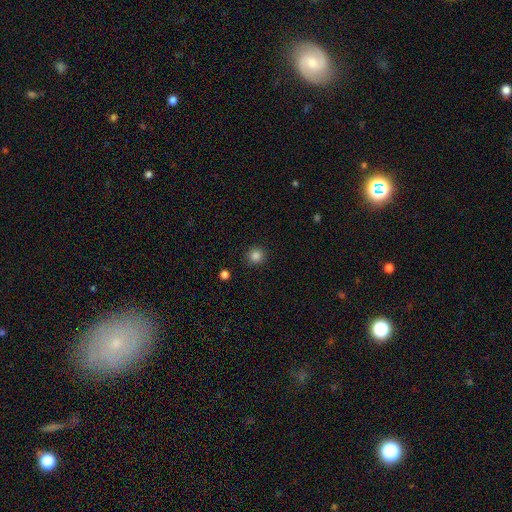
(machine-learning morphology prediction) Smooth or featured? smooth (85%)
How rounded? round (94%)
Merging? none (91%)